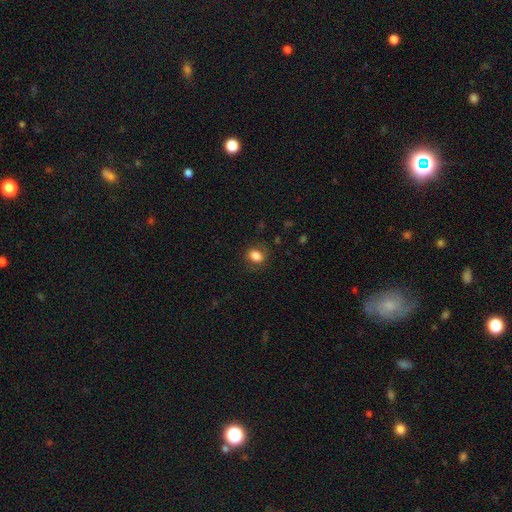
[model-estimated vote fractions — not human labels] smooth-or-featured: smooth: 80% | featured or disk: 11% | star or artifact: 9%
  how-rounded: round: 52% | in between: 47% | cigar-shaped: 1%
  merging: none: 76% | minor disturbance: 16% | major disturbance: 7% | merger: 1%